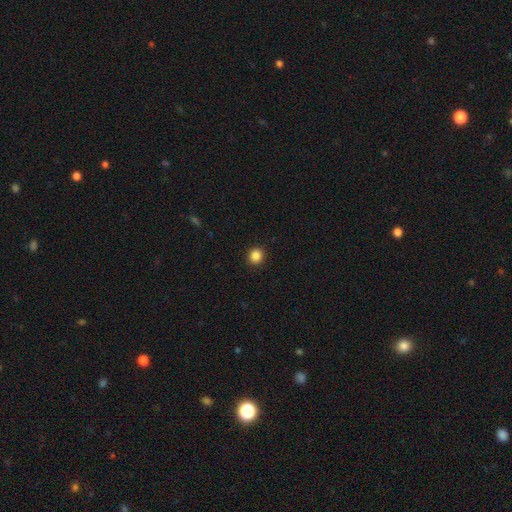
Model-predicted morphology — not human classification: The model was most divided on "smooth or featured": smooth: 86%, star or artifact: 11%, featured or disk: 3%. More confident: merging — none (93%); how rounded — round (90%).